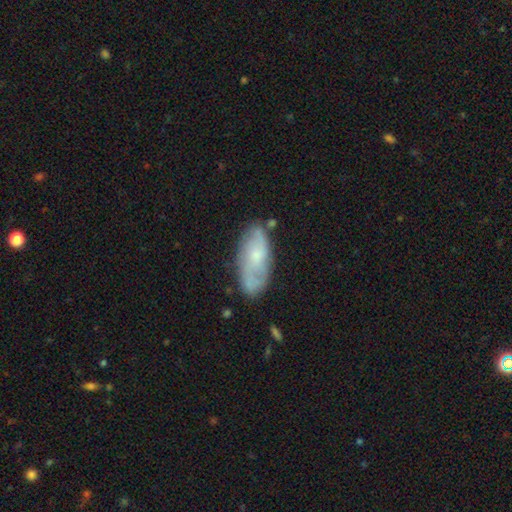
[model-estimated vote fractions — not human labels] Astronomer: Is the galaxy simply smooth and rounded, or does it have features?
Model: featured or disk — 52% (runner-up: smooth, 40%).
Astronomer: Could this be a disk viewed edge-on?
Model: no — 89%.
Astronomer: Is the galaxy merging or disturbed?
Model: none — 69%.